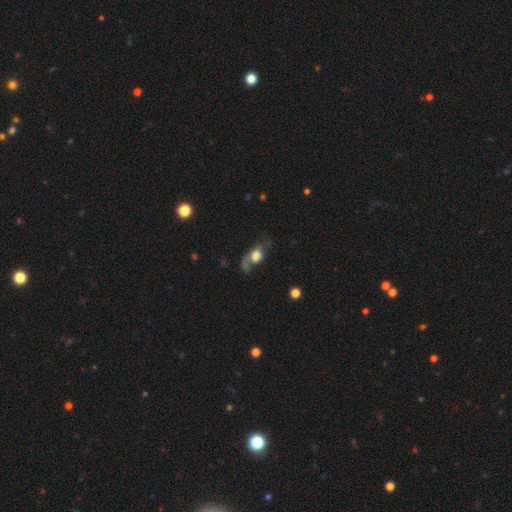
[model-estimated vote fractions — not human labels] Smooth or featured? Predicted: smooth (p=0.47). Merging? Predicted: major disturbance (p=0.37).